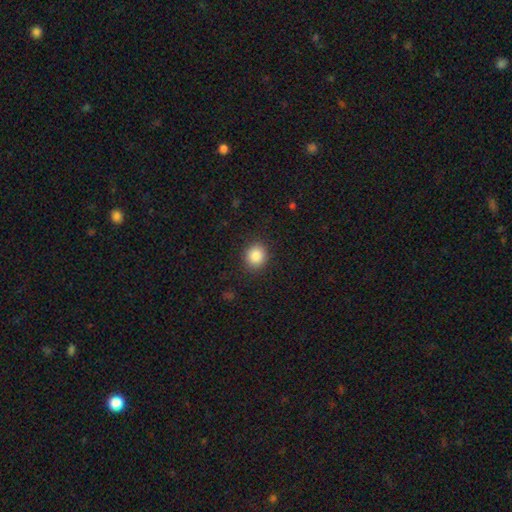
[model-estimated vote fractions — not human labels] This appears to be a smooth galaxy with no disk features (86%) that is round (82%). Merging: none (89%).